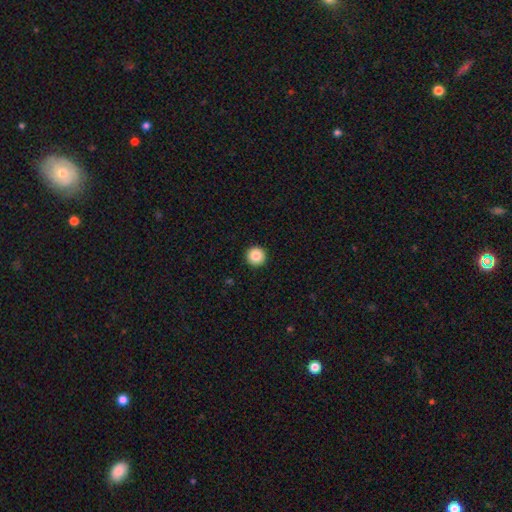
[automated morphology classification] type=smooth (86%); roundness=round (97%); merging=none (94%).